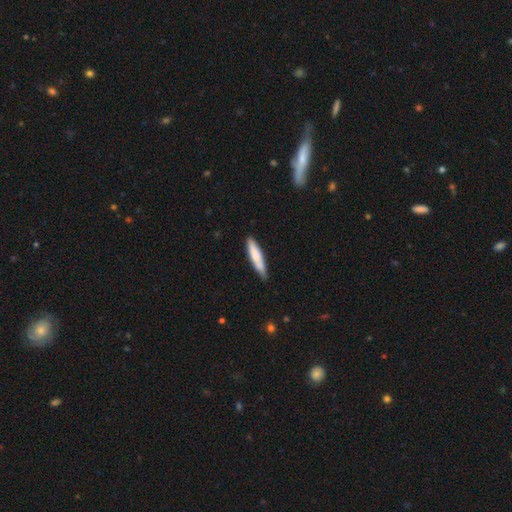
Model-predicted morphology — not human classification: type=smooth (73%); roundness=cigar-shaped (85%); merging=none (76%).